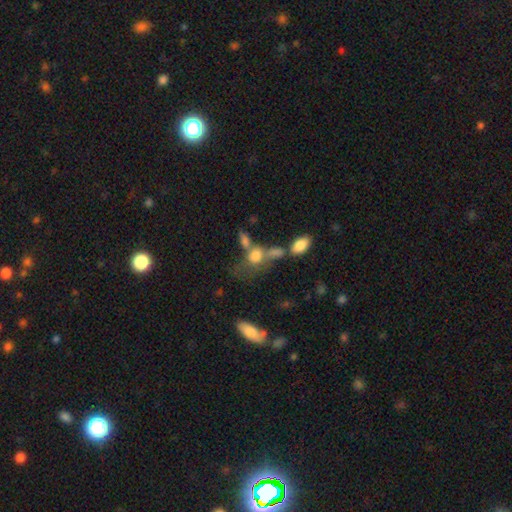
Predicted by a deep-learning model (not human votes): A smooth galaxy with no disk features (70%) that is in between round and cigar-shaped (58%).

Vote fractions:
- Smooth or featured? smooth: 70% / featured or disk: 18% / star or artifact: 12%
- How rounded? in between: 58% / round: 37% / cigar-shaped: 5%
- Merging? merger: 47% / none: 26% / major disturbance: 15% / minor disturbance: 12%